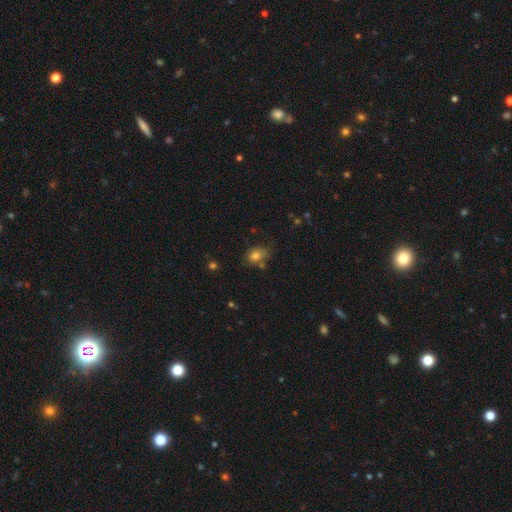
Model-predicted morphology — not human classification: smooth_or_featured: smooth (p=0.79) [alt: star or artifact p=0.11]
how_rounded: in between (p=0.64) [alt: round p=0.35]
merging: none (p=0.62) [alt: minor disturbance p=0.24]